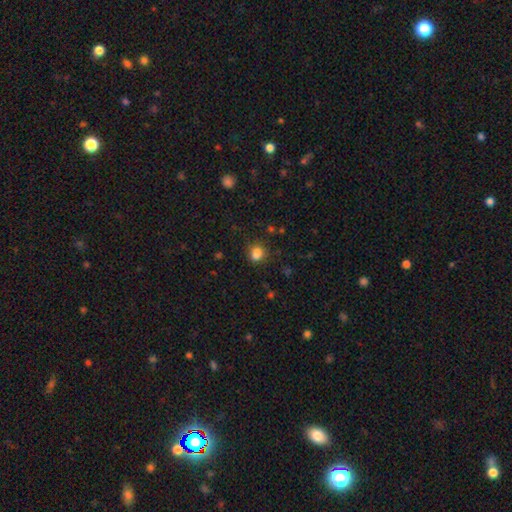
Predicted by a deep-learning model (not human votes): This is clearly a smooth galaxy (81%). How rounded: likely round (65%). Merging: likely none (67%).